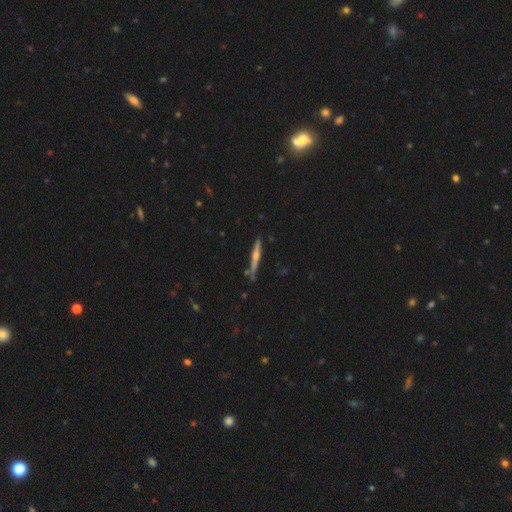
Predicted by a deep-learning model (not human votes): Overall: featured or disk (63%; smooth 27%). Edge-on disk: yes (95%). Edge-on bulge: rounded (71%). Merging: none (78%).